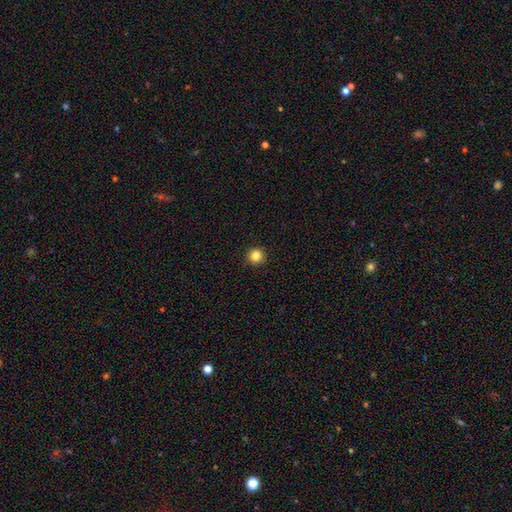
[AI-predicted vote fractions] Smooth or featured: smooth — 85% (star or artifact — 11%)
How rounded: round — 95% (in between — 4%)
Merging: none — 93% (minor disturbance — 4%)